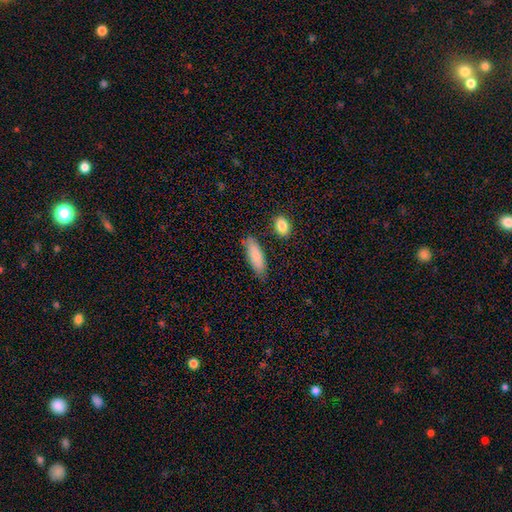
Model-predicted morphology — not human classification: Smooth or featured? Predicted: smooth (p=0.84). How rounded? Predicted: in between (p=0.54). Merging? Predicted: none (p=0.78).